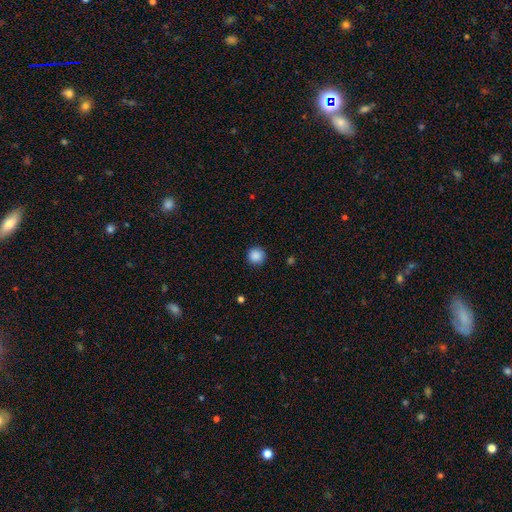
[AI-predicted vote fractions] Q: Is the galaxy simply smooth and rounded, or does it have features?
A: smooth — 88%.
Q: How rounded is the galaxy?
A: round — 96%.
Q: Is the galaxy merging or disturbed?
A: none — 91%.